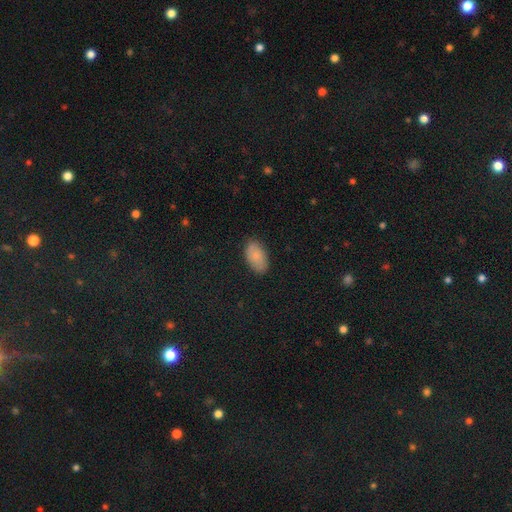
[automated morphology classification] Q: Smooth or featured?
A: smooth (82%); runner-up: featured or disk (10%)
Q: How rounded?
A: in between (94%); runner-up: round (4%)
Q: Merging?
A: none (83%); runner-up: minor disturbance (13%)